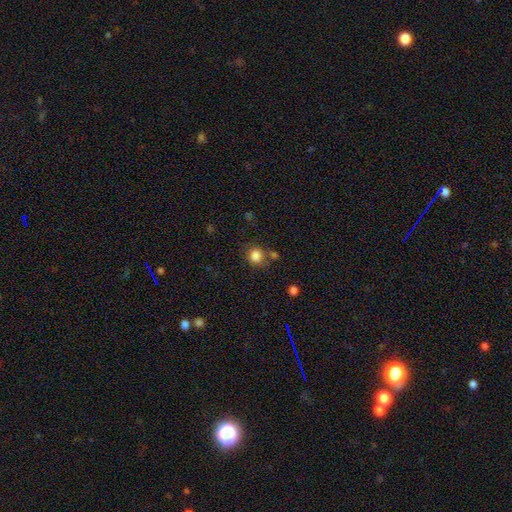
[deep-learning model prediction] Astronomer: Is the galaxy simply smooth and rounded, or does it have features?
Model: smooth — 84%.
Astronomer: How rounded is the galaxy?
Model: round — 79%.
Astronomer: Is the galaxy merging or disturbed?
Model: none — 70%.